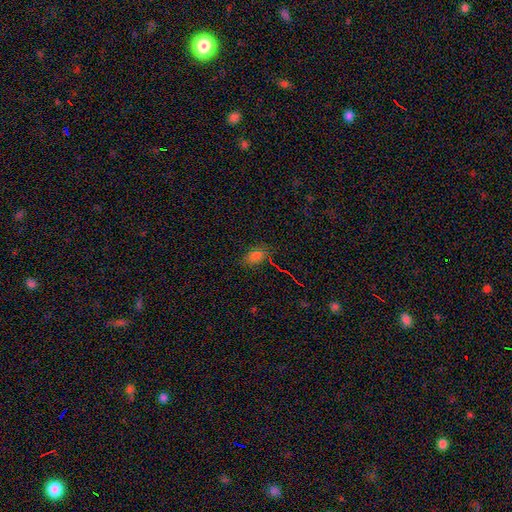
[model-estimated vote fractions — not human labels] Smooth or featured: smooth — 72% (star or artifact — 21%)
How rounded: in between — 86% (round — 12%)
Merging: none — 79% (minor disturbance — 15%)